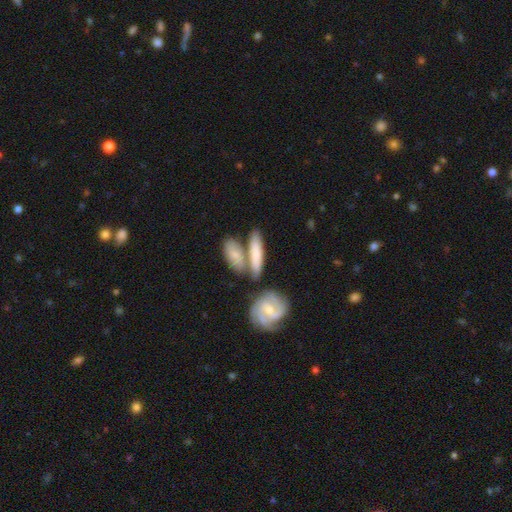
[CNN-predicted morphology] smooth 60%, featured or disk 34%, star or artifact 5%. Down the decision tree: how rounded — cigar-shaped (61%); merging — none (51%).